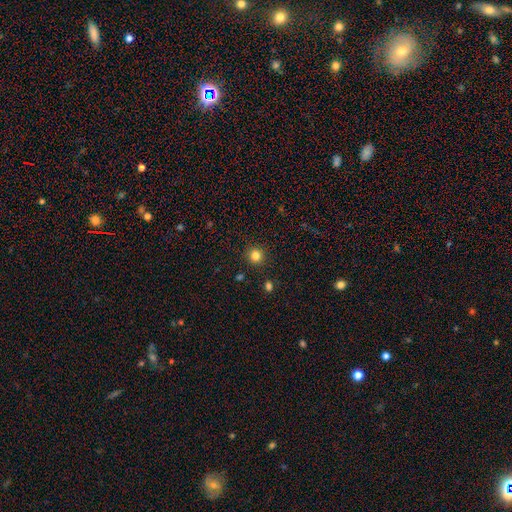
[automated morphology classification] Overall: smooth (82%). How rounded: round (94%). Merging: none (92%).